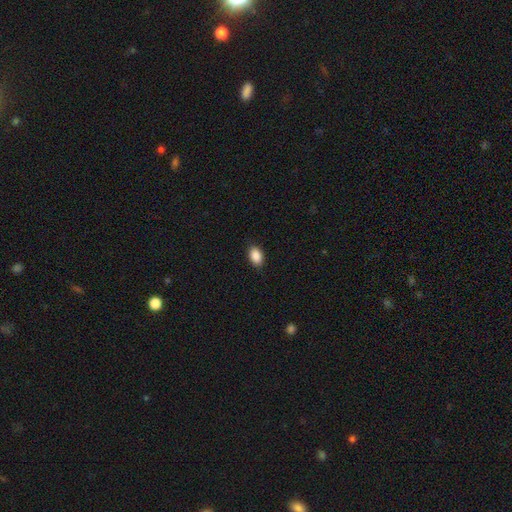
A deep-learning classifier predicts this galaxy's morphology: Smooth or featured?
  - smooth: 89% *
  - star or artifact: 7%
  - featured or disk: 3%
How rounded?
  - in between: 88% *
  - round: 10%
  - cigar-shaped: 1%
Merging?
  - none: 88% *
  - minor disturbance: 9%
  - major disturbance: 2%
  - merger: 1%